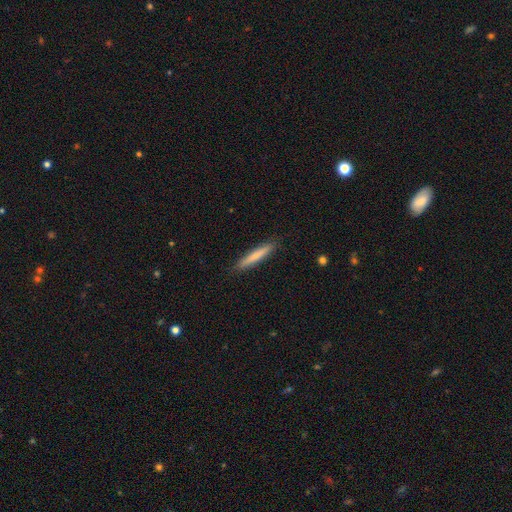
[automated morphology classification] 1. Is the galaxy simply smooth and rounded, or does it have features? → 75% smooth, 20% featured or disk, 5% star or artifact.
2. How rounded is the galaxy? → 95% cigar-shaped, 4% in between, 1% round.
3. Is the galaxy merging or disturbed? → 90% none, 8% minor disturbance, 2% major disturbance, 1% merger.